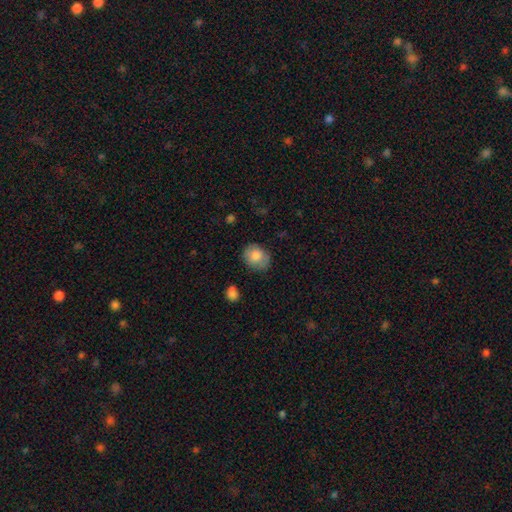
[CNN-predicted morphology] Q: Smooth or featured?
A: smooth (80%); runner-up: featured or disk (13%)
Q: How rounded?
A: round (57%); runner-up: in between (42%)
Q: Merging?
A: none (75%); runner-up: minor disturbance (19%)